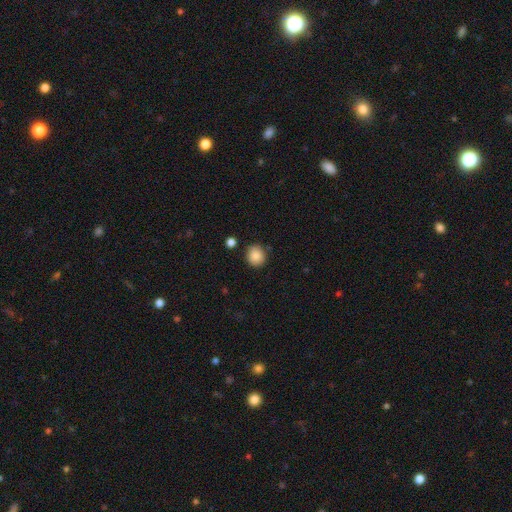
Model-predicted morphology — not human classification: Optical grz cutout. It shows a smooth galaxy with no disk features (87%) that is round (86%). Merging: none (85%).